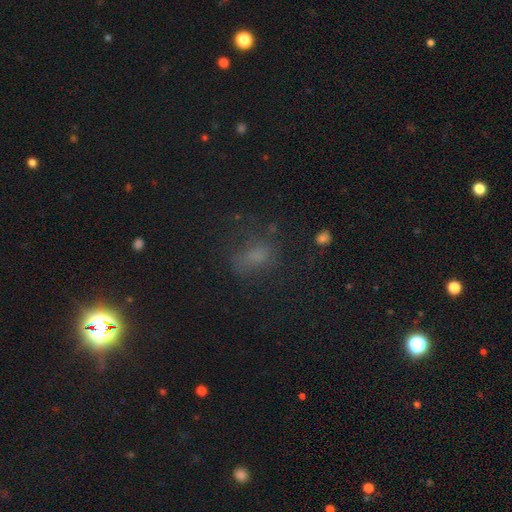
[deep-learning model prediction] smooth_or_featured: smooth (p=0.57) [alt: star or artifact p=0.28]
how_rounded: in between (p=0.71) [alt: round p=0.24]
merging: none (p=0.56) [alt: minor disturbance p=0.21]